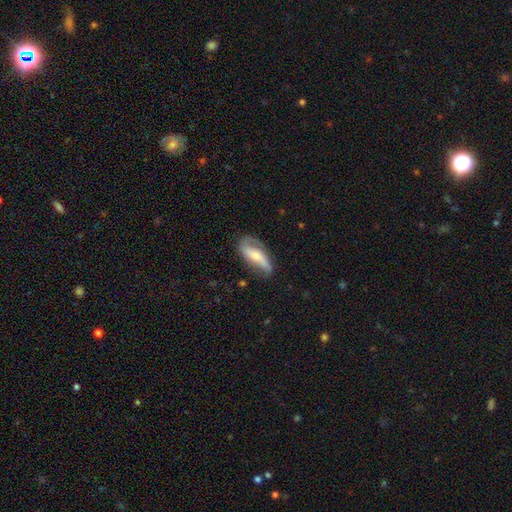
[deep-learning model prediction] A featured or disk galaxy (66%) with no bar (37%), 2 (81%) loose (55%) spiral arms (87%) and a small central bulge (45%).

Vote fractions:
- Smooth or featured? featured or disk: 66% / smooth: 28% / star or artifact: 6%
- Edge-on disk? no: 88% / yes: 12%
- Bar? no: 37% / strong: 35% / weak: 28%
- Spiral arms? yes: 87% / no: 13%
- Spiral winding? loose: 55% / medium: 29% / tight: 15%
- Spiral arm count? 2: 81% / 1: 10% / can't tell: 7% / 3: 1% / 4: 1% / more than 4: 1%
- Bulge size? small: 45% / moderate: 44% / large: 6% / none: 4% / dominant: 2%
- Merging? none: 62% / minor disturbance: 24% / major disturbance: 12% / merger: 2%